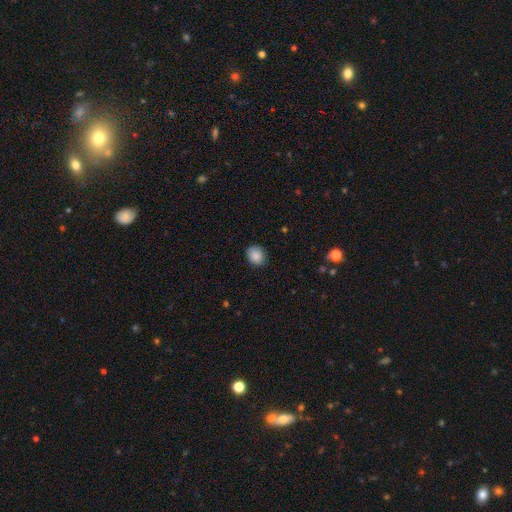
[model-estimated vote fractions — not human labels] Smooth or featured?
  - smooth: 87% *
  - star or artifact: 8%
  - featured or disk: 4%
How rounded?
  - round: 57% *
  - in between: 43%
  - cigar-shaped: 1%
Merging?
  - none: 87% *
  - minor disturbance: 10%
  - major disturbance: 2%
  - merger: 1%